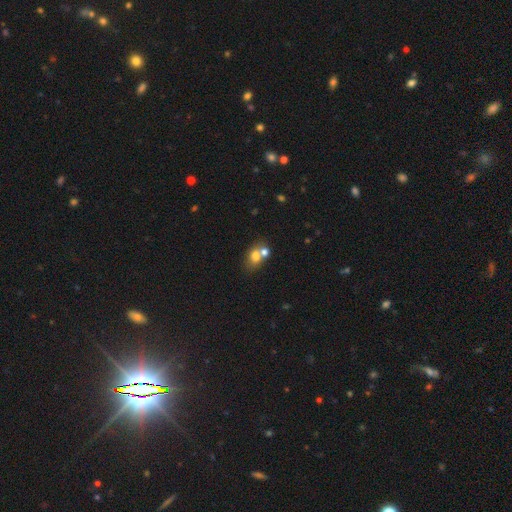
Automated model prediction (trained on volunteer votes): Smooth or featured? smooth (73%)
How rounded? in between (60%)
Merging? merger (45%)